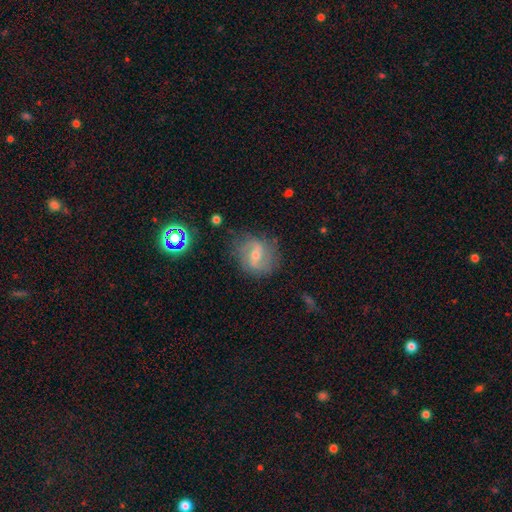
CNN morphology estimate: Smooth or featured? featured or disk (64%)
Edge-on disk? no (95%)
Bar? weak (51%)
Spiral arms? yes (80%)
Bulge size? moderate (49%)
Merging? none (73%)